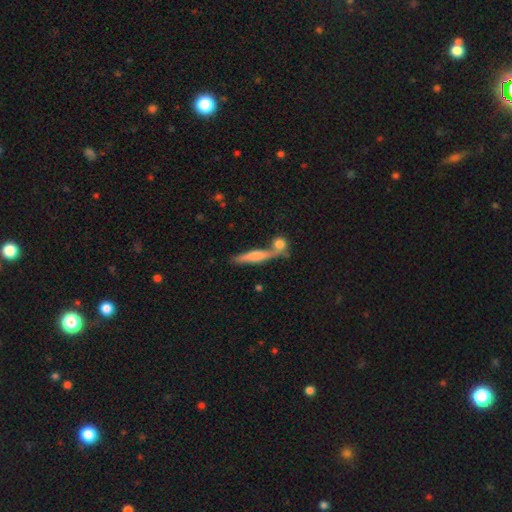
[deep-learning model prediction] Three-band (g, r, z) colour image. It shows a featured or disk galaxy (53%) viewed edge-on (92%). Merging: none (64%).